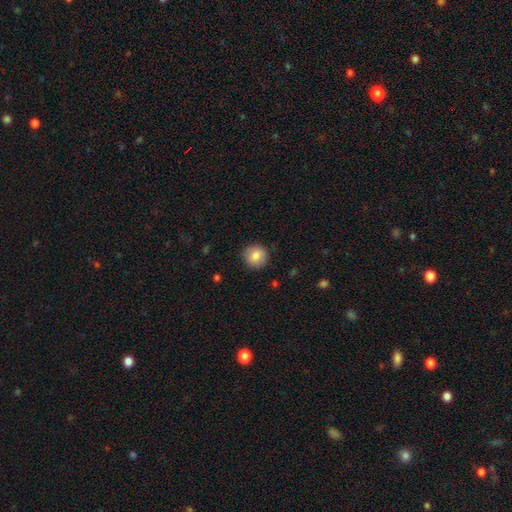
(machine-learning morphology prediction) smooth 84%, star or artifact 8%, featured or disk 8%. Down the decision tree: how rounded — round (93%); merging — none (89%).